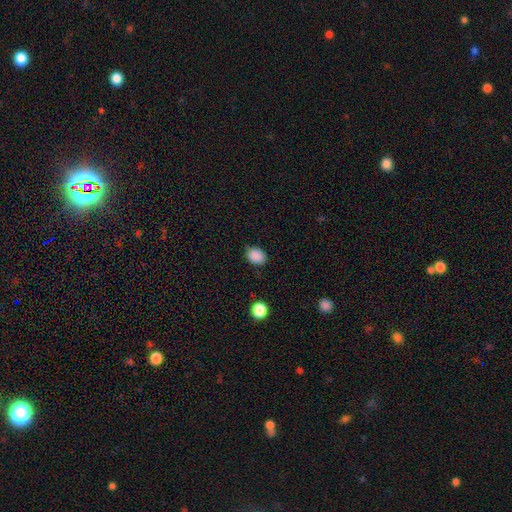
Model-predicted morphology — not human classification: Q: Smooth or featured?
A: smooth (87%); runner-up: star or artifact (10%)
Q: How rounded?
A: in between (58%); runner-up: round (42%)
Q: Merging?
A: none (79%); runner-up: minor disturbance (16%)